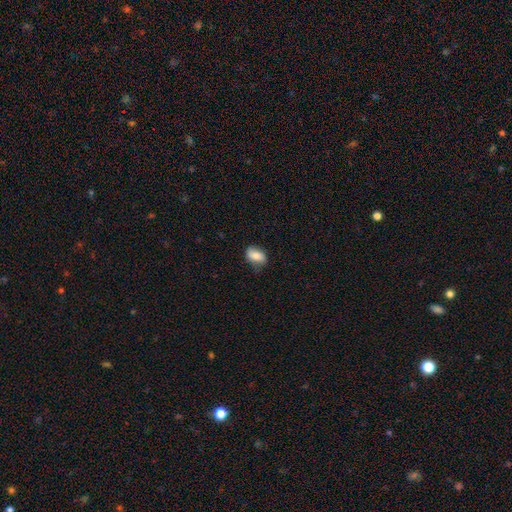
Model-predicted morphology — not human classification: The model was most divided on "merging": none: 70%, minor disturbance: 24%, major disturbance: 5%, merger: 1%. More confident: how rounded — in between (86%); smooth or featured — smooth (78%).